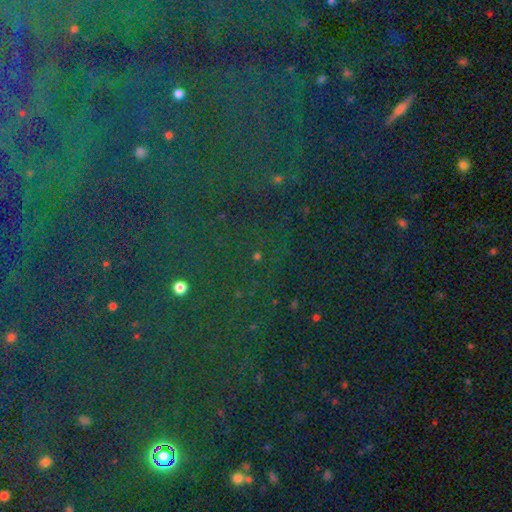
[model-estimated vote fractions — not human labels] star or artifact 81%, smooth 10%, featured or disk 8%.